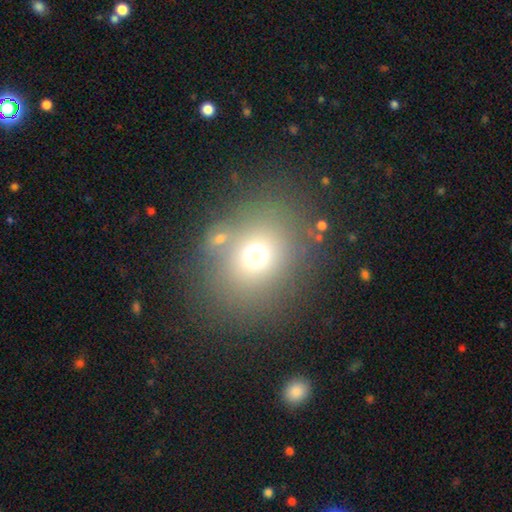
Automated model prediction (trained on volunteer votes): Smooth or featured? Predicted: smooth (p=0.68). How rounded? Predicted: round (p=0.66). Merging? Predicted: none (p=0.71).